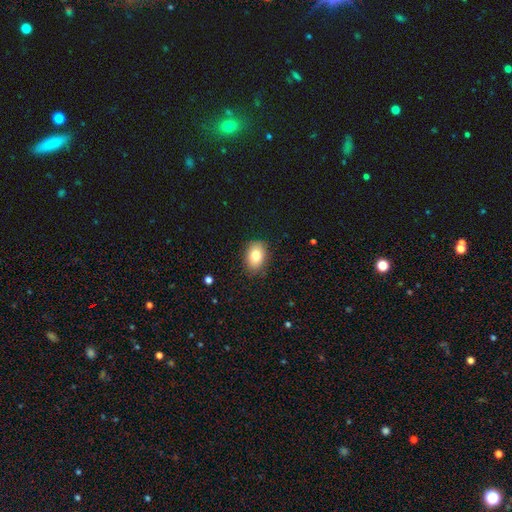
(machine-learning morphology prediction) Smooth or featured? Predicted: smooth (p=0.81). How rounded? Predicted: in between (p=0.78). Merging? Predicted: none (p=0.85).